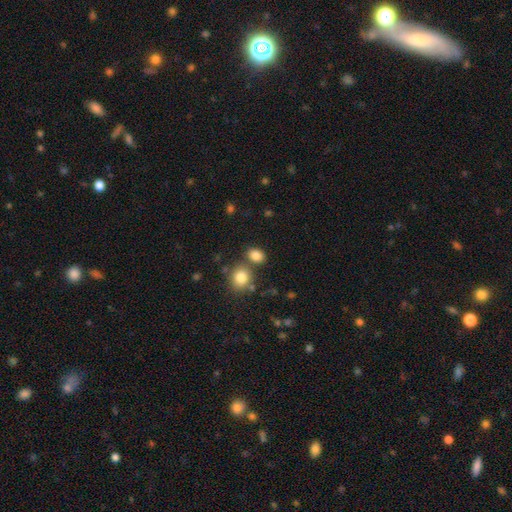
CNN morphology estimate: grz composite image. It shows a smooth galaxy with no disk features (84%) that is in between round and cigar-shaped (62%). Merging: none (65%).